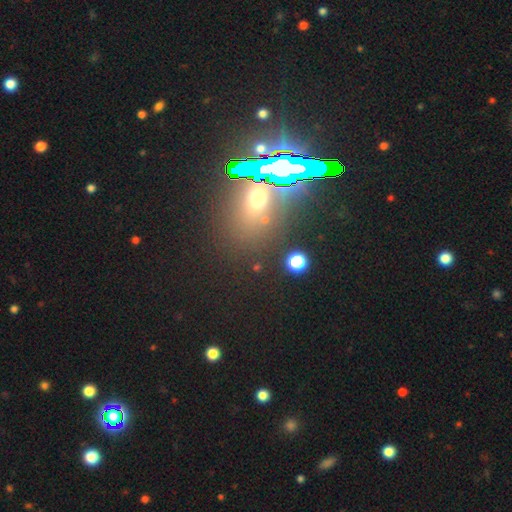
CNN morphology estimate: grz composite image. It shows a star or artifact, not a galaxy (73%).